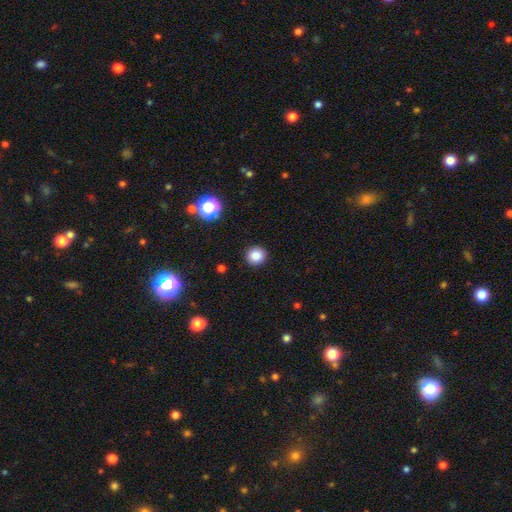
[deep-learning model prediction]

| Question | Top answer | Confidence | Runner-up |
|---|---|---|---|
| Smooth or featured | smooth | 84% | star or artifact (12%) |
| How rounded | round | 90% | in between (9%) |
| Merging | none | 91% | minor disturbance (6%) |